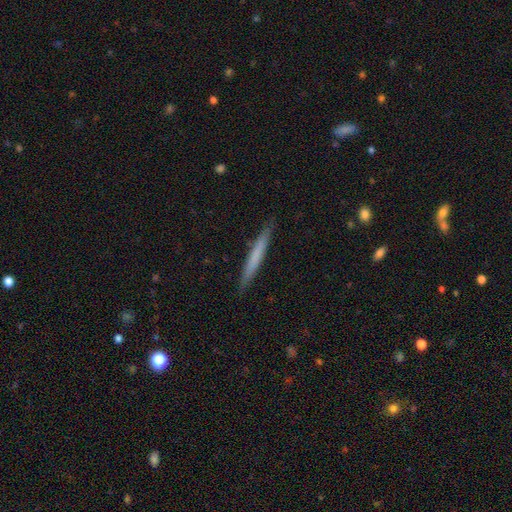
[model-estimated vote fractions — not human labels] smooth-or-featured: smooth: 62% | featured or disk: 32% | star or artifact: 6%
  how-rounded: cigar-shaped: 97% | in between: 2% | round: 1%
  merging: none: 90% | minor disturbance: 7% | major disturbance: 1% | merger: 1%